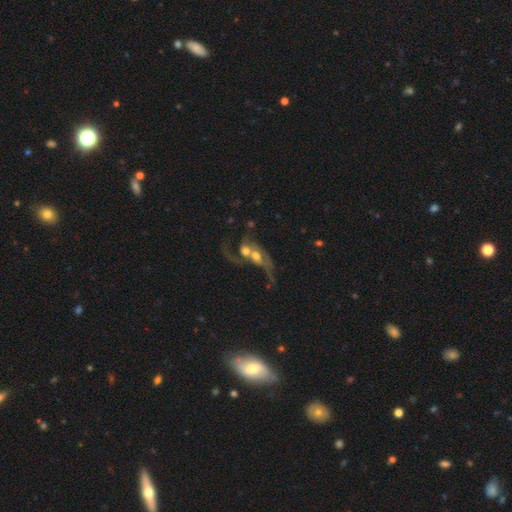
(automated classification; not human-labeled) featured or disk 59%, smooth 31%, star or artifact 10%. Down the decision tree: edge-on disk — no (93%); bar — no (73%); spiral arms — yes (65%); bulge size — moderate (53%); merging — merger (77%).